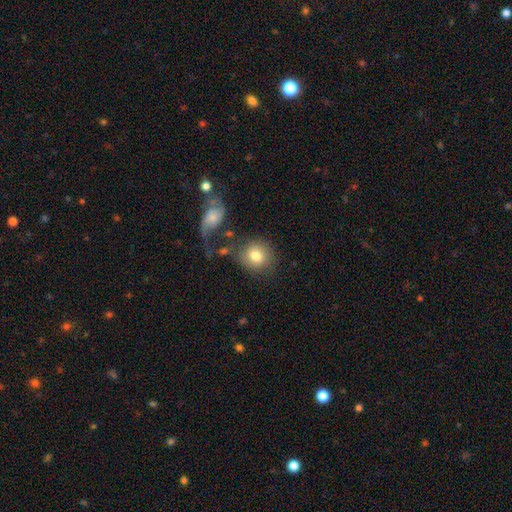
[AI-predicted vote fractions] Smooth or featured?
  - smooth: 78% *
  - featured or disk: 13%
  - star or artifact: 8%
How rounded?
  - round: 82% *
  - in between: 17%
  - cigar-shaped: 1%
Merging?
  - none: 64% *
  - minor disturbance: 13%
  - merger: 13%
  - major disturbance: 10%